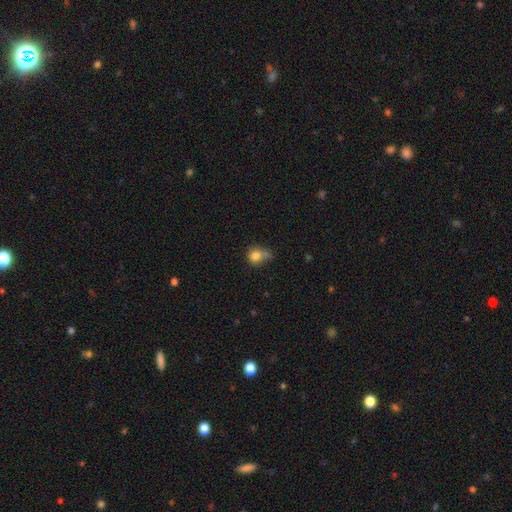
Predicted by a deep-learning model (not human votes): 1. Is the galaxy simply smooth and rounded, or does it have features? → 80% smooth, 11% star or artifact, 9% featured or disk.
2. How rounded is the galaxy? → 74% round, 25% in between, 1% cigar-shaped.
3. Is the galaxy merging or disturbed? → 43% none, 25% minor disturbance, 22% merger, 10% major disturbance.